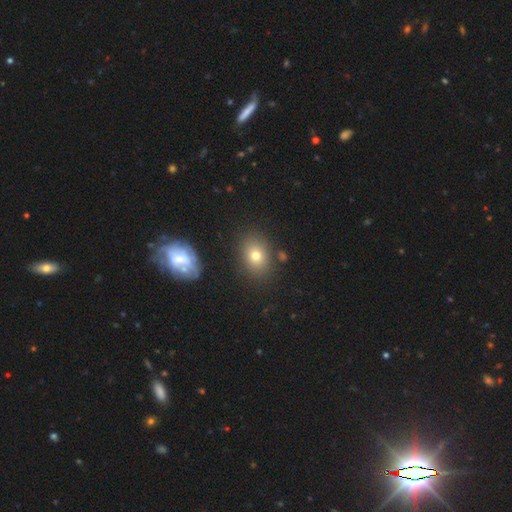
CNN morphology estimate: Q: Smooth or featured?
A: smooth (73%); runner-up: star or artifact (14%)
Q: How rounded?
A: in between (57%); runner-up: round (42%)
Q: Merging?
A: none (83%); runner-up: minor disturbance (10%)